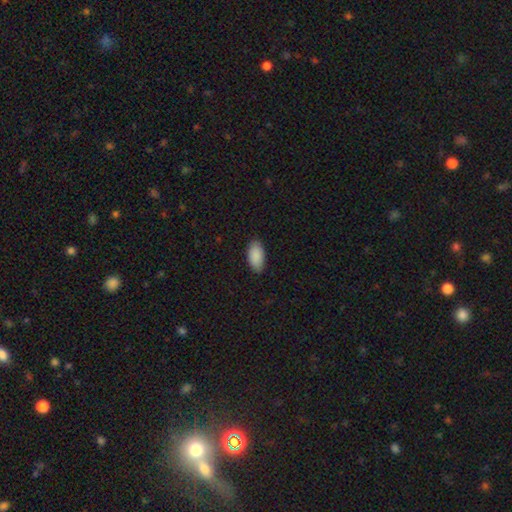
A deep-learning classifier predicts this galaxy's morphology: The model was most divided on "merging": none: 87%, minor disturbance: 10%, major disturbance: 2%, merger: 1%. More confident: how rounded — in between (94%); smooth or featured — smooth (90%).